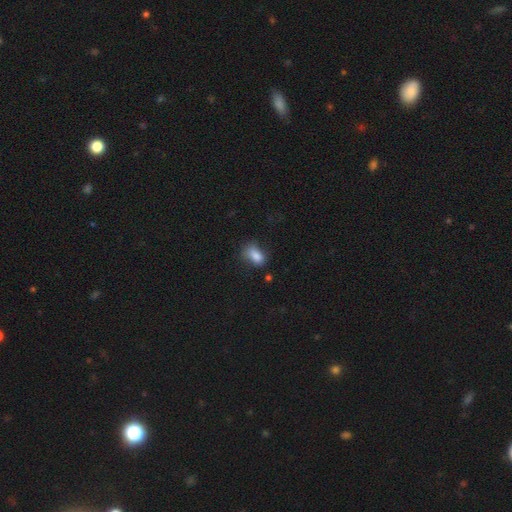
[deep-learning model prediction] Q: Smooth or featured?
A: smooth (80%); runner-up: star or artifact (11%)
Q: How rounded?
A: in between (84%); runner-up: round (12%)
Q: Merging?
A: none (48%); runner-up: minor disturbance (31%)